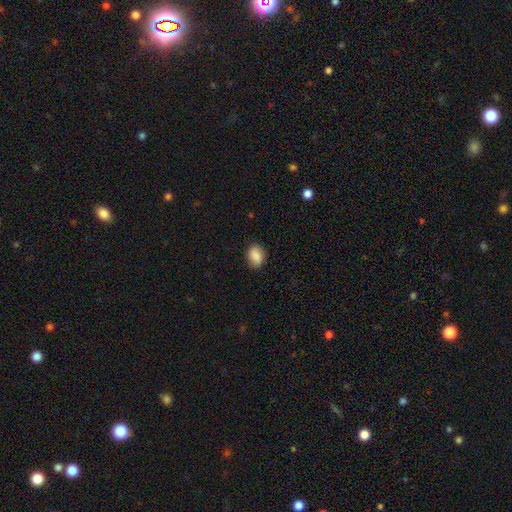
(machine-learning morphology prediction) A smooth galaxy with no disk features (88%) that is in between round and cigar-shaped (70%).

Vote fractions:
- Smooth or featured? smooth: 88% / star or artifact: 7% / featured or disk: 5%
- How rounded? in between: 70% / round: 29% / cigar-shaped: 1%
- Merging? none: 85% / minor disturbance: 12% / major disturbance: 3% / merger: 1%